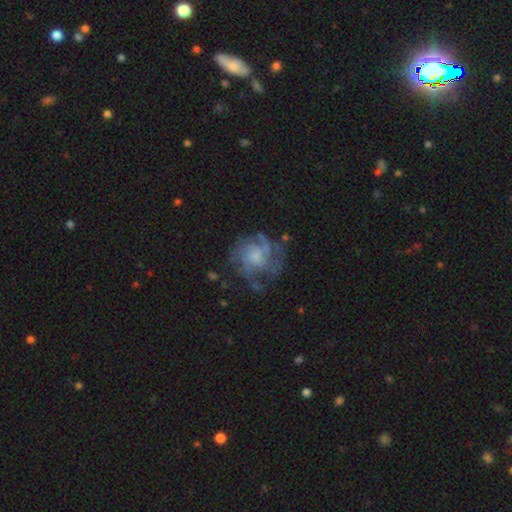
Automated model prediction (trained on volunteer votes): Smooth or featured? Predicted: featured or disk (p=0.71). Edge-on disk? Predicted: no (p=0.98). Bar? Predicted: no (p=0.74). Spiral arms? Predicted: yes (p=0.86). Spiral winding? Predicted: tight (p=0.41, tied with medium). Spiral arm count? Predicted: can't tell (p=0.35). Bulge size? Predicted: moderate (p=0.39). Merging? Predicted: none (p=0.61).